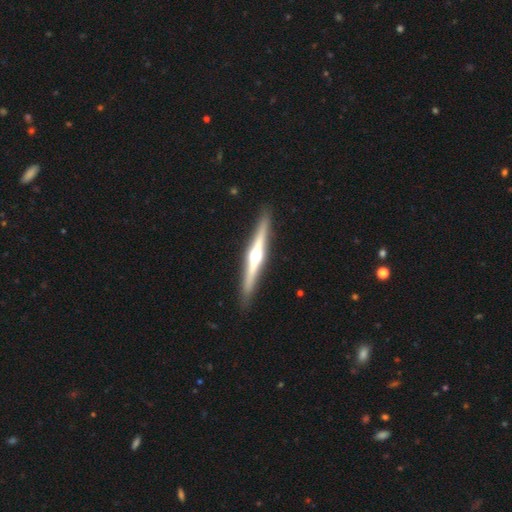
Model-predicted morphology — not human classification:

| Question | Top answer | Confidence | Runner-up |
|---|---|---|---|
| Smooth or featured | featured or disk | 78% | smooth (18%) |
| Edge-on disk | yes | 98% | no (2%) |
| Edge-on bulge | rounded | 95% | none (3%) |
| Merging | none | 92% | minor disturbance (6%) |